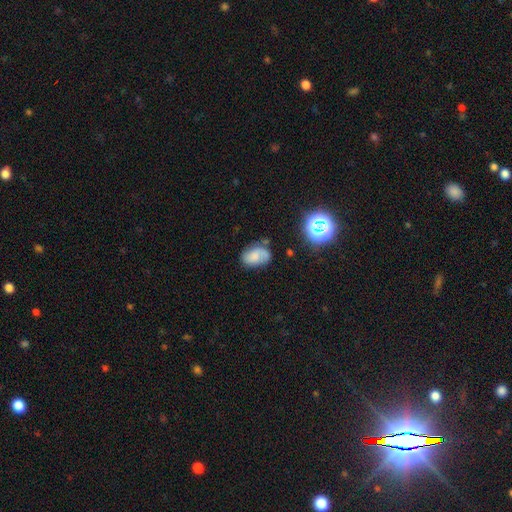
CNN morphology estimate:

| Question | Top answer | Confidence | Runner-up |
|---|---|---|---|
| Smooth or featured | smooth | 47% | featured or disk (40%) |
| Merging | none | 58% | minor disturbance (27%) |